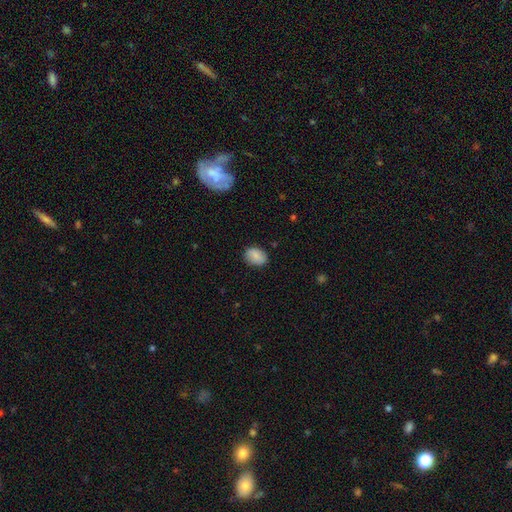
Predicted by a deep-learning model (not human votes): Smooth or featured? smooth (82%)
How rounded? in between (75%)
Merging? none (84%)